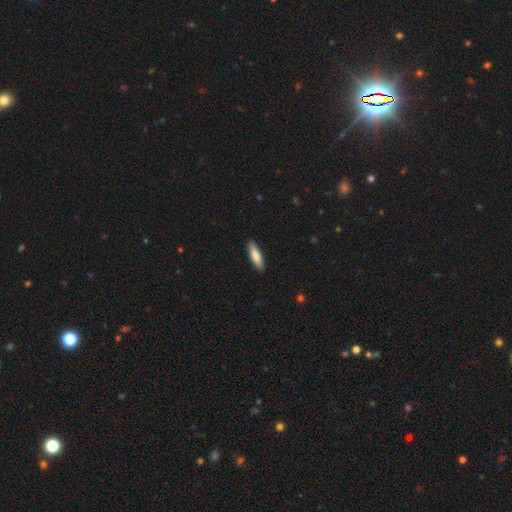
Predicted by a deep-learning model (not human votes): A smooth galaxy with no disk features (83%) that is cigar-shaped (62%). Merging: none (88%).